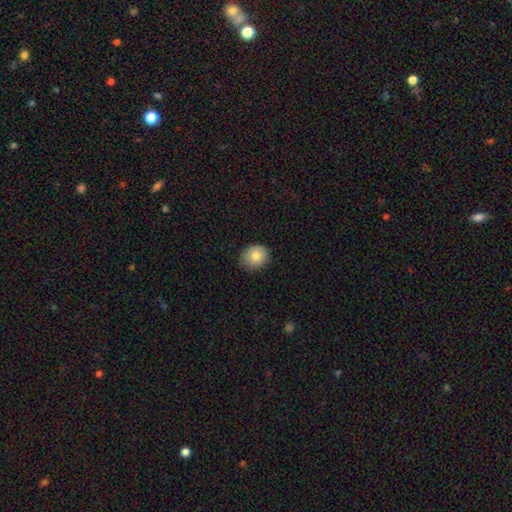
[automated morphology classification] Smooth or featured? Predicted: smooth (p=0.84). How rounded? Predicted: round (p=0.64). Merging? Predicted: none (p=0.82).